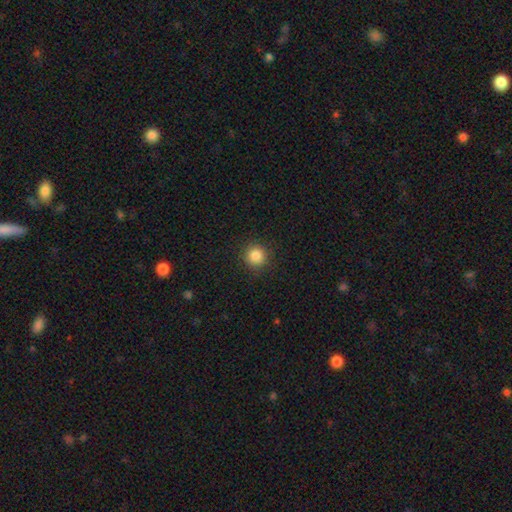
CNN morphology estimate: Overall: smooth (85%). How rounded: round (95%). Merging: none (91%).